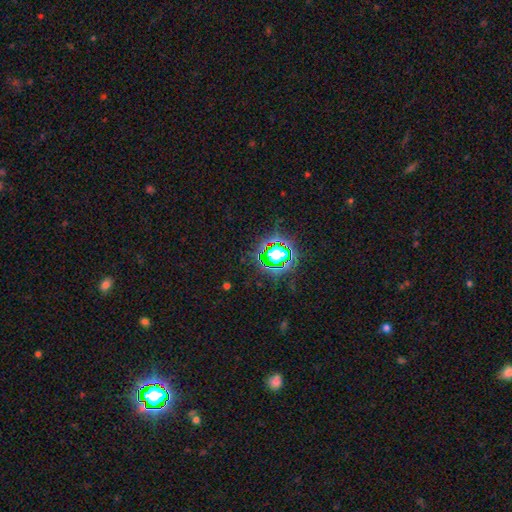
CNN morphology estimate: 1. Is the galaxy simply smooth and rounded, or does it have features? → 79% star or artifact, 14% smooth, 7% featured or disk.